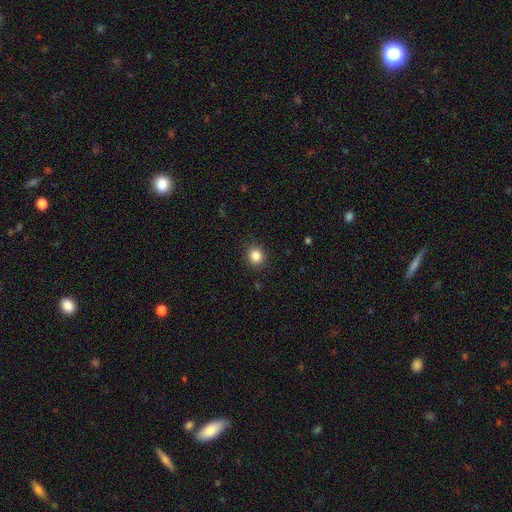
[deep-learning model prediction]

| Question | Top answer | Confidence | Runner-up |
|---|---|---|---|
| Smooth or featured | smooth | 85% | star or artifact (11%) |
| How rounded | round | 82% | in between (17%) |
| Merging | none | 90% | minor disturbance (7%) |